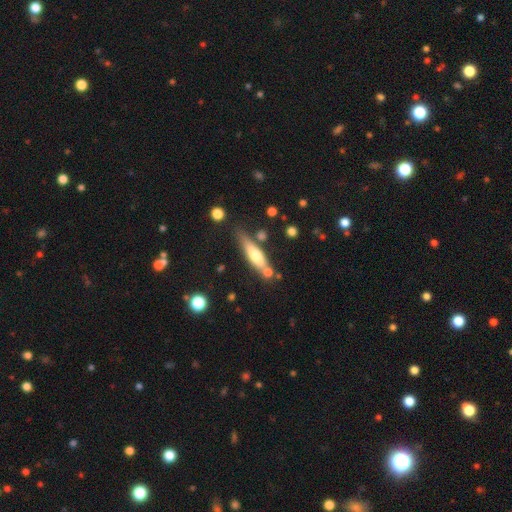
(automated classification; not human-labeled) smooth 56%, featured or disk 37%, star or artifact 7%. Down the decision tree: how rounded — cigar-shaped (69%); merging — none (60%).